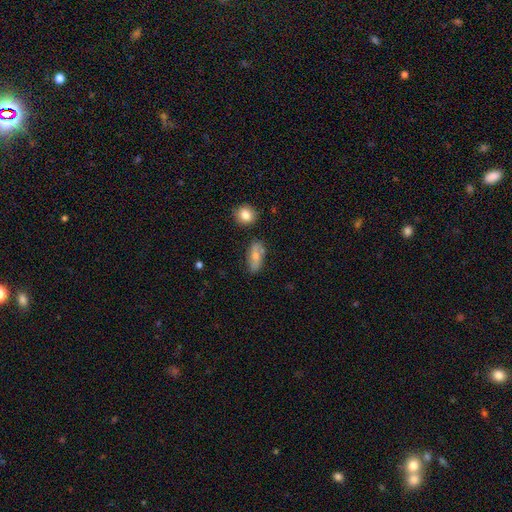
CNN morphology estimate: Smooth or featured?
  - smooth: 65% *
  - featured or disk: 27%
  - star or artifact: 8%
How rounded?
  - in between: 78% *
  - cigar-shaped: 16%
  - round: 6%
Merging?
  - none: 70% *
  - minor disturbance: 18%
  - merger: 7%
  - major disturbance: 5%